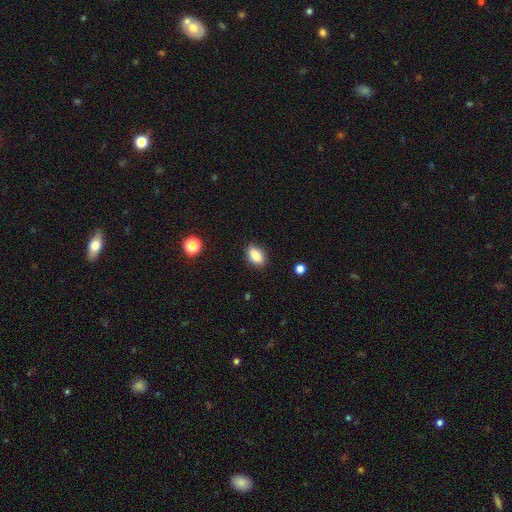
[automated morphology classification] smooth-or-featured: smooth: 82% | featured or disk: 9% | star or artifact: 9%
  how-rounded: in between: 84% | round: 9% | cigar-shaped: 7%
  merging: none: 83% | minor disturbance: 13% | major disturbance: 3% | merger: 2%